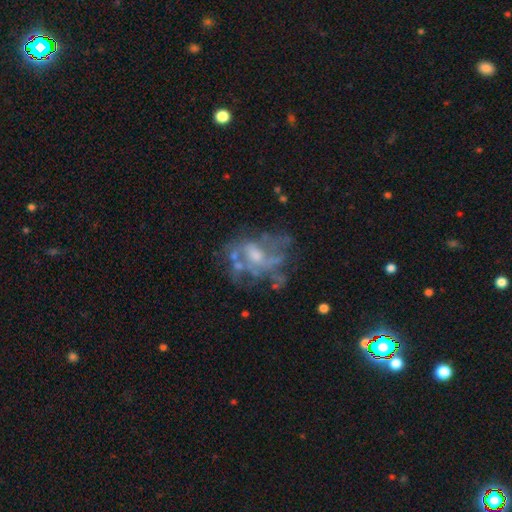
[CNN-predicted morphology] Smooth or featured? Predicted: featured or disk (p=0.72). Edge-on disk? Predicted: no (p=0.97). Bar? Predicted: no (p=0.66). Spiral arms? Predicted: no (p=0.60). Bulge size? Predicted: moderate (p=0.41). Merging? Predicted: none (p=0.43).